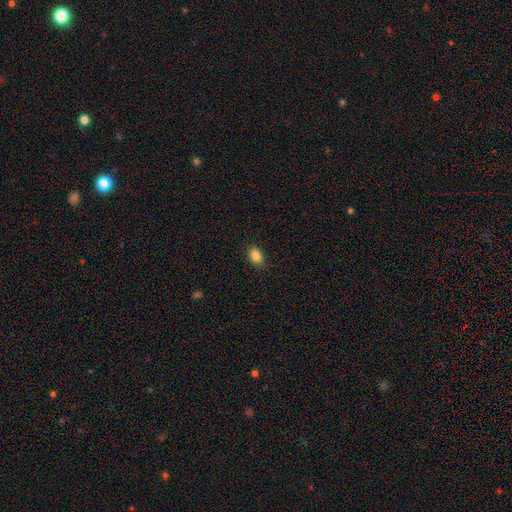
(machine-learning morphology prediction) Overall: smooth (86%). How rounded: in between (74%). Merging: none (88%).